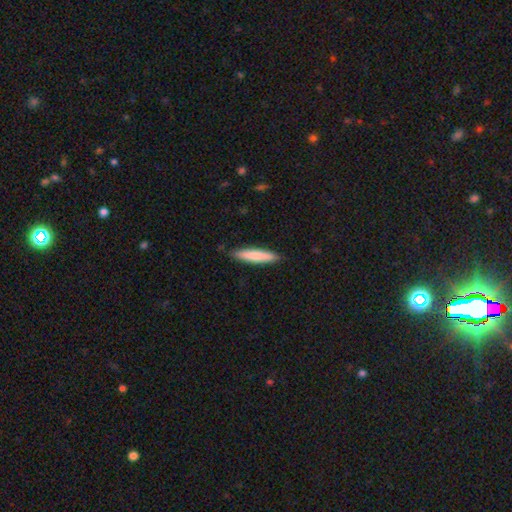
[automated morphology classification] Smooth or featured? Predicted: smooth (p=0.78). How rounded? Predicted: cigar-shaped (p=0.89). Merging? Predicted: none (p=0.88).